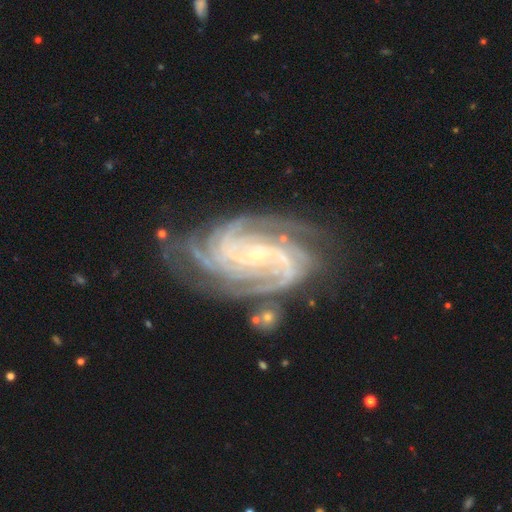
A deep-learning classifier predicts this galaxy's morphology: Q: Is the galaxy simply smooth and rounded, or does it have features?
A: featured or disk — 93%.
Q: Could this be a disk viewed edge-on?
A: no — 97%.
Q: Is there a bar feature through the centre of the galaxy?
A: no — 44%.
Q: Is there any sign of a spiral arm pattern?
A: yes — 99%.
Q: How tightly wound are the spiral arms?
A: tight — 61%.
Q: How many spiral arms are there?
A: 4 — 31%.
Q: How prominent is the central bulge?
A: small — 81%.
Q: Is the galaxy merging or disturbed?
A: none — 69%.